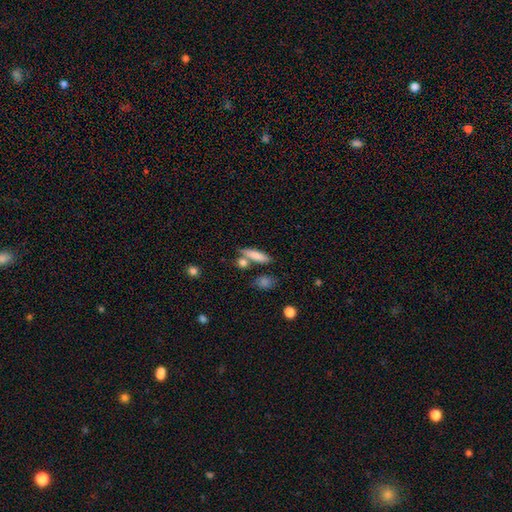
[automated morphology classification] smooth_or_featured: smooth (p=0.80) [alt: featured or disk p=0.13]
how_rounded: cigar-shaped (p=0.63) [alt: in between p=0.33]
merging: none (p=0.64) [alt: merger p=0.18]